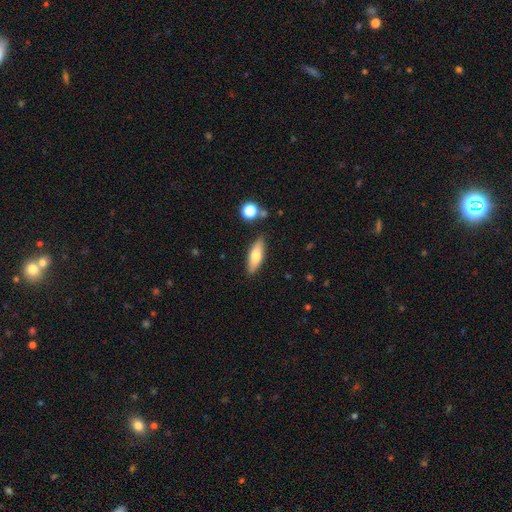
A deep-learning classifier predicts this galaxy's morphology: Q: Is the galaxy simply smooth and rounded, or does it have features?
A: smooth — 69%.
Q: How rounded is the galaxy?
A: in between — 55%.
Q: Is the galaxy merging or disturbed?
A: none — 83%.